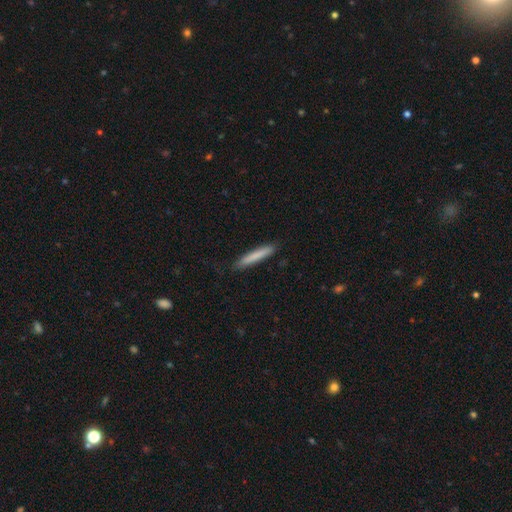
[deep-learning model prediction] Smooth or featured: smooth — 80% (featured or disk — 15%)
How rounded: cigar-shaped — 95% (in between — 4%)
Merging: none — 85% (minor disturbance — 12%)